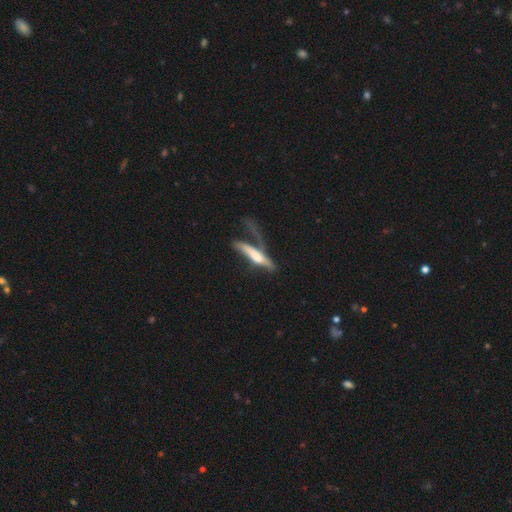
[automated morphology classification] A smooth galaxy with no disk features (50%).

Vote fractions:
- Smooth or featured? smooth: 50% / featured or disk: 43% / star or artifact: 7%
- Merging? major disturbance: 39% / none: 29% / minor disturbance: 19% / merger: 14%